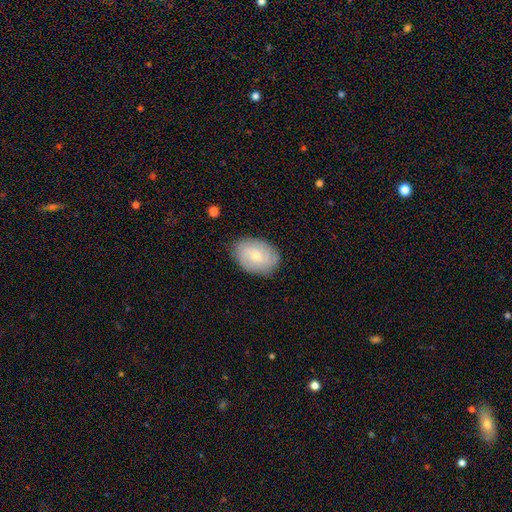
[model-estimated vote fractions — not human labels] smooth 54%, featured or disk 39%, star or artifact 7%. Down the decision tree: how rounded — in between (80%); merging — none (82%).